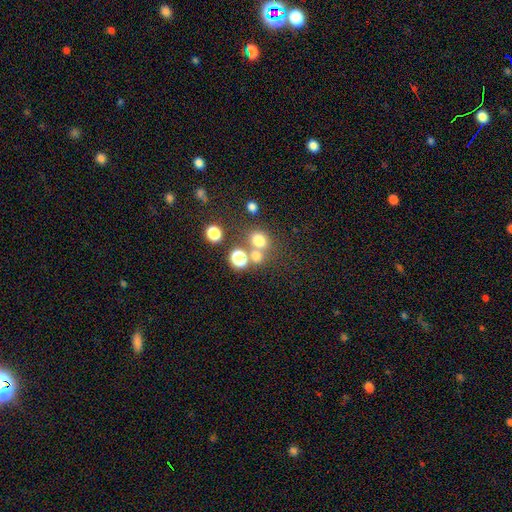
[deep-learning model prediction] Smooth or featured: smooth — 69% (star or artifact — 21%)
How rounded: round — 72% (in between — 27%)
Merging: none — 54% (merger — 32%)